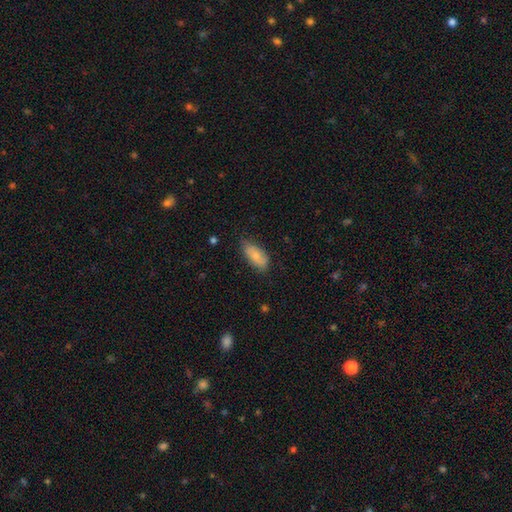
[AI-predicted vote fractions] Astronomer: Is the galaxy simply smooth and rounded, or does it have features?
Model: smooth — 81%.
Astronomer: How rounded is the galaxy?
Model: in between — 87%.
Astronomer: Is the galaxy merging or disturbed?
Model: none — 71%.